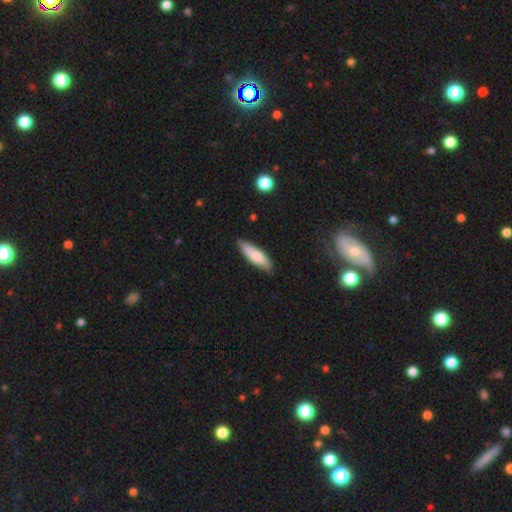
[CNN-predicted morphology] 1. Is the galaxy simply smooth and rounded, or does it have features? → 77% smooth, 17% featured or disk, 6% star or artifact.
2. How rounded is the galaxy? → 57% cigar-shaped, 41% in between, 2% round.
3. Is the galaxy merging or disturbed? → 83% none, 14% minor disturbance, 2% major disturbance, 1% merger.